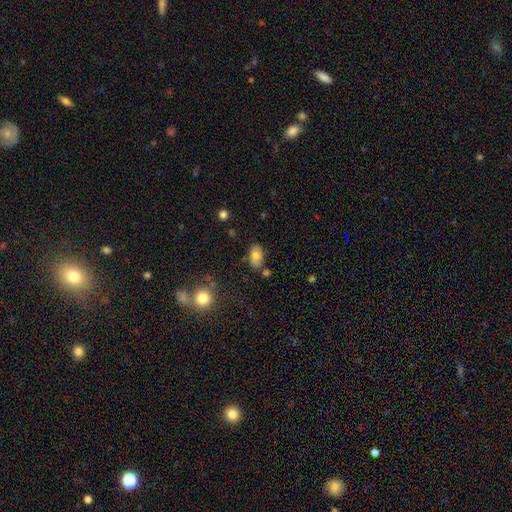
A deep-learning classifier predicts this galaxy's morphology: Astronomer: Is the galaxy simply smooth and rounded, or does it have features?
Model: smooth — 75%.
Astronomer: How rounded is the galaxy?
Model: in between — 90%.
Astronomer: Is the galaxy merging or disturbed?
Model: none — 78%.